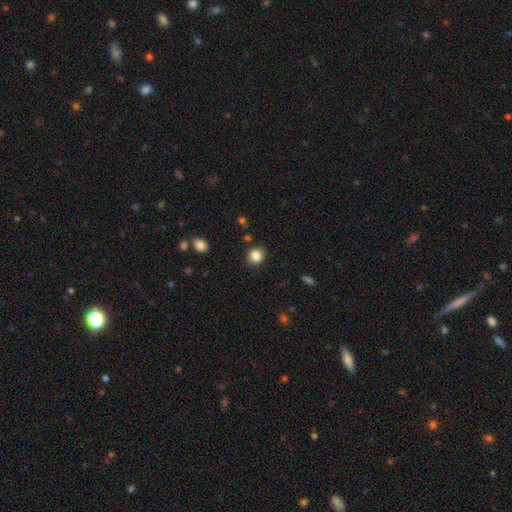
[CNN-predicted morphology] The model was most divided on "how rounded": round: 69%, in between: 30%, cigar-shaped: 1%. More confident: smooth or featured — smooth (84%); merging — none (83%).